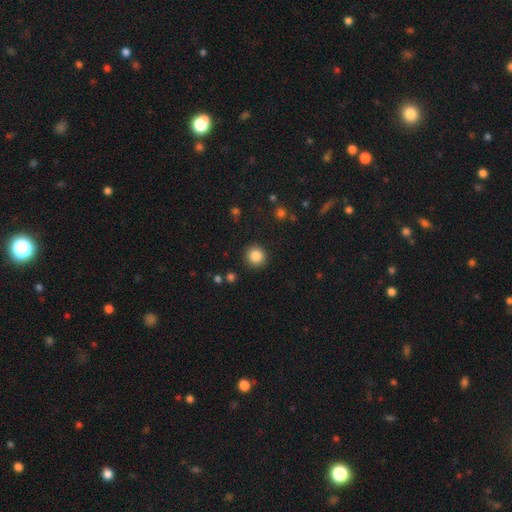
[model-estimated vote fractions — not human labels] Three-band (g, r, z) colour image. It shows a smooth galaxy with no disk features (85%) that is round (94%). Merging: none (90%).